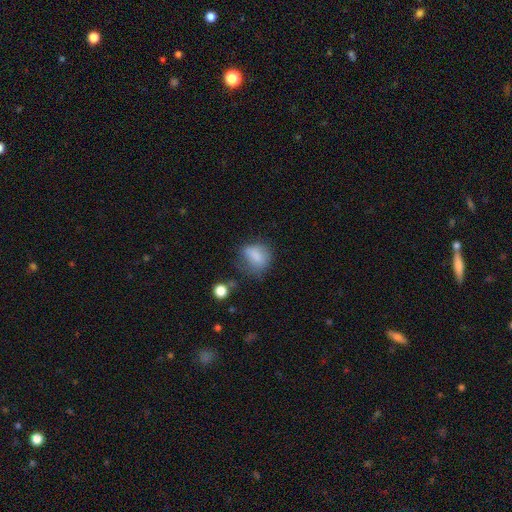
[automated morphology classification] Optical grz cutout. It shows a smooth galaxy with no disk features (75%) that is in between round and cigar-shaped (53%). Merging: none (46%).